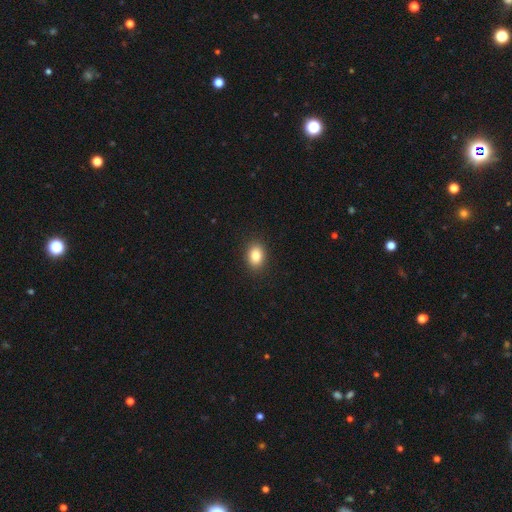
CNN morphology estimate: Smooth or featured? smooth (85%)
How rounded? in between (68%)
Merging? none (90%)